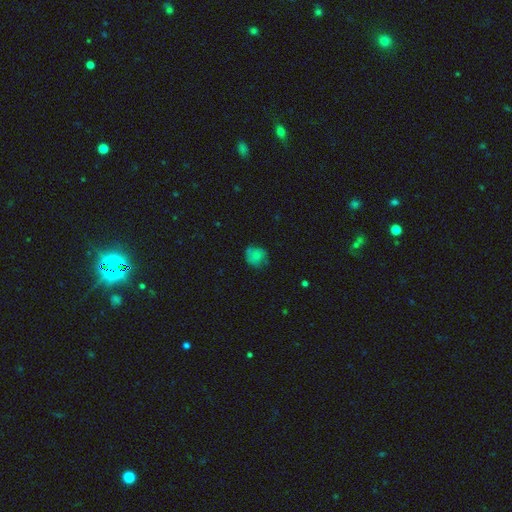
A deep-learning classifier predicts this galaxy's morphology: Overall: smooth (70%). How rounded: round (79%). Merging: none (62%; minor disturbance 26%).